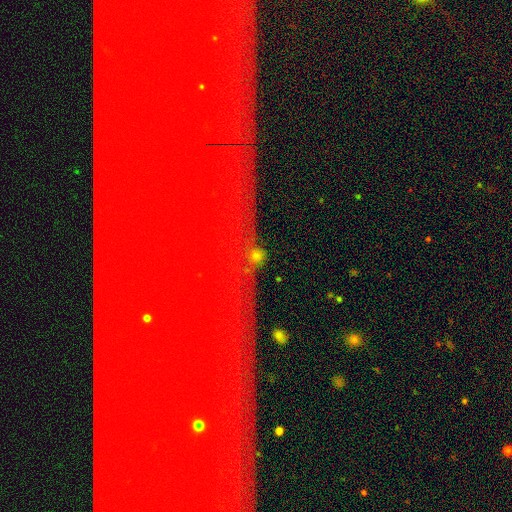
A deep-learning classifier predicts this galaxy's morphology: Smooth or featured?
  - star or artifact: 61% *
  - smooth: 24%
  - featured or disk: 15%